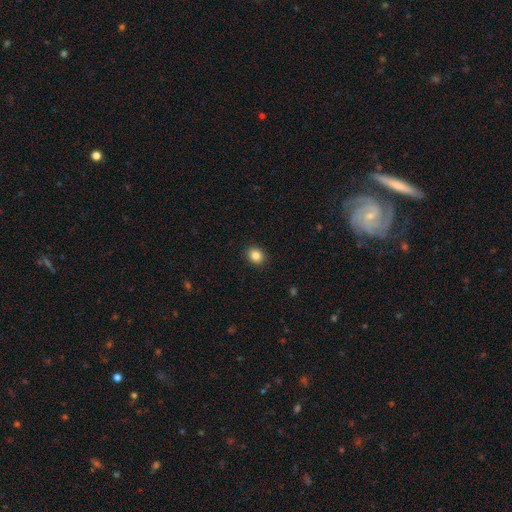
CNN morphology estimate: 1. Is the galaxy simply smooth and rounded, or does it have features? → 85% smooth, 10% star or artifact, 5% featured or disk.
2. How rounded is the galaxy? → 61% round, 38% in between, 1% cigar-shaped.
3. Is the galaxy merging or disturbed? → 91% none, 6% minor disturbance, 2% major disturbance, 1% merger.